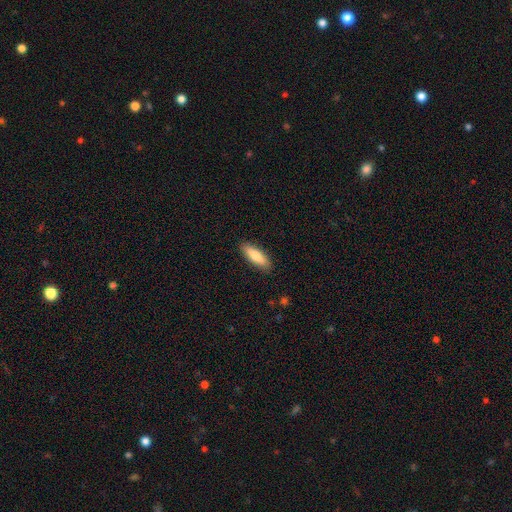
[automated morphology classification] smooth-or-featured: smooth: 77% | featured or disk: 17% | star or artifact: 6%
  how-rounded: in between: 54% | cigar-shaped: 44% | round: 2%
  merging: none: 88% | minor disturbance: 9% | major disturbance: 2% | merger: 1%